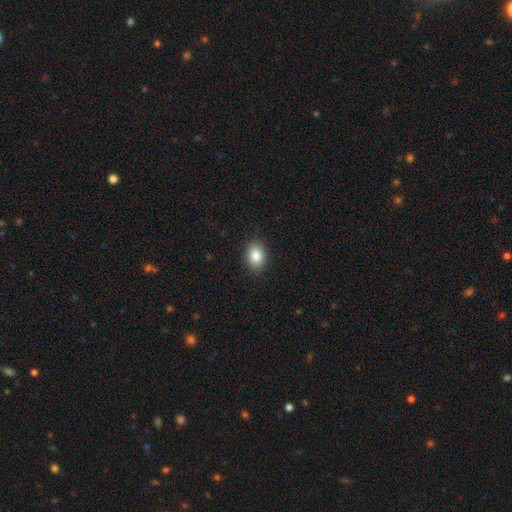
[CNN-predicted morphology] A smooth galaxy with no disk features (86%) that is in between round and cigar-shaped (83%).

Vote fractions:
- Smooth or featured? smooth: 86% / star or artifact: 8% / featured or disk: 6%
- How rounded? in between: 83% / round: 16% / cigar-shaped: 1%
- Merging? none: 88% / minor disturbance: 9% / major disturbance: 2% / merger: 1%